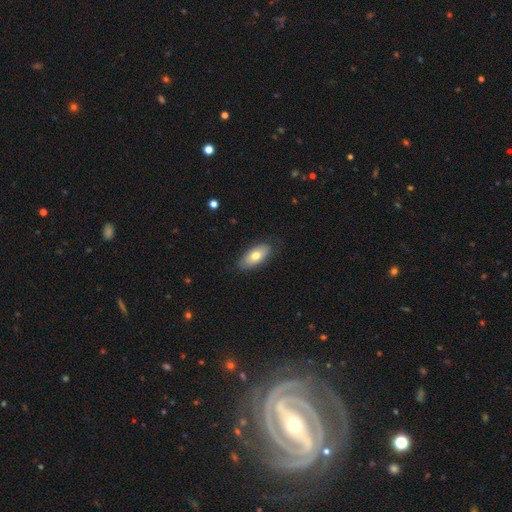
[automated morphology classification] A smooth galaxy with no disk features (70%) that is in between round and cigar-shaped (90%).

Vote fractions:
- Smooth or featured? smooth: 70% / featured or disk: 23% / star or artifact: 6%
- How rounded? in between: 90% / cigar-shaped: 8% / round: 3%
- Merging? none: 81% / minor disturbance: 15% / major disturbance: 3% / merger: 1%